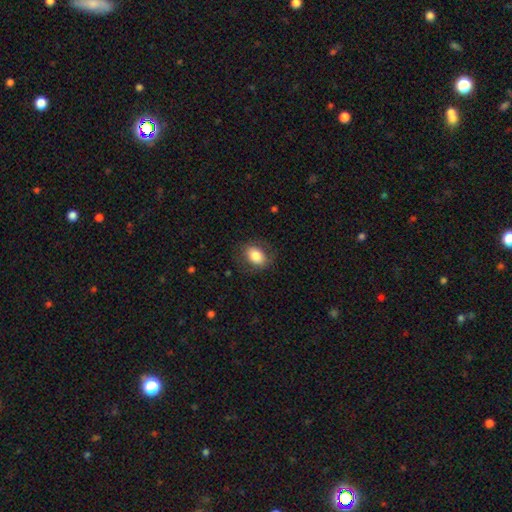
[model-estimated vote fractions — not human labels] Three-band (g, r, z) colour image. It shows a smooth galaxy with no disk features (79%) that is in between round and cigar-shaped (73%). Merging: none (77%).